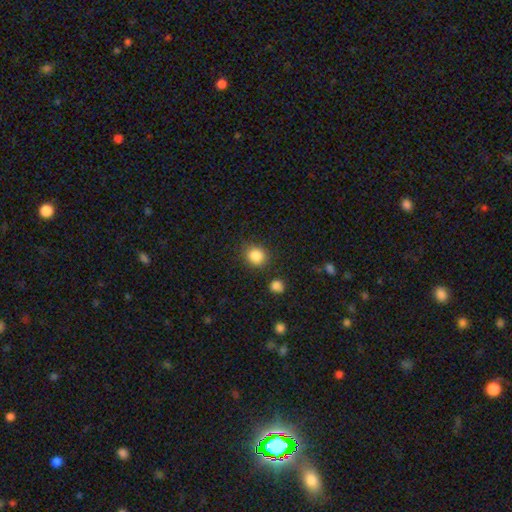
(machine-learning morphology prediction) smooth 86%, star or artifact 10%, featured or disk 4%. Down the decision tree: how rounded — round (76%); merging — none (83%).